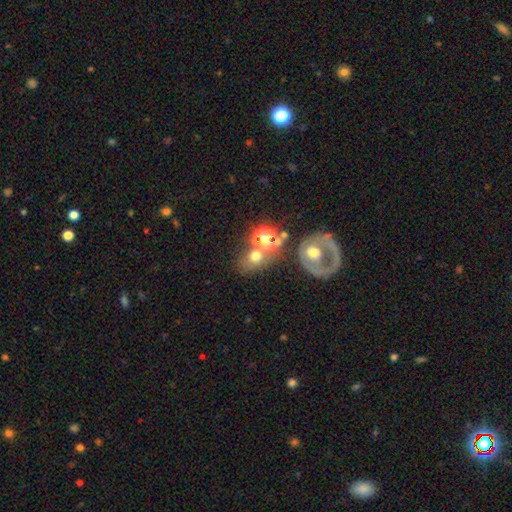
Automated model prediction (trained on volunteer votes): A smooth galaxy with no disk features (59%) that is round (62%). Merging: none (47%).